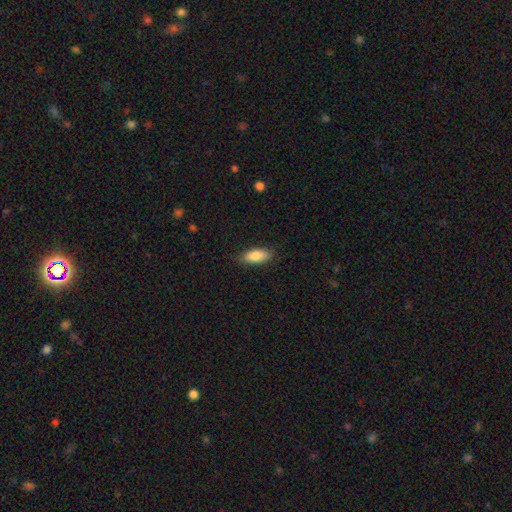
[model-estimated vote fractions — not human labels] A smooth galaxy with no disk features (85%) that is in between round and cigar-shaped (81%). Merging: none (86%).